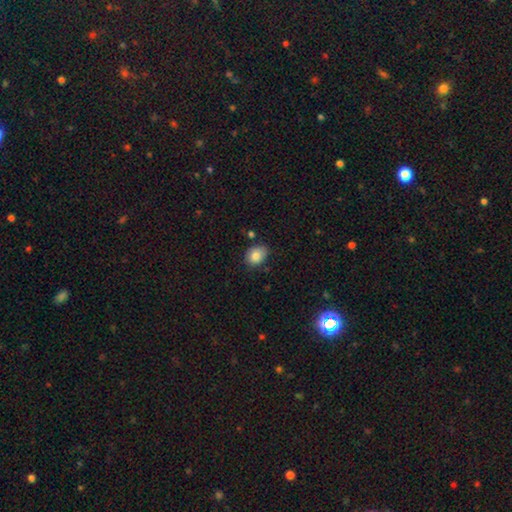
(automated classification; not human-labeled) Q: Smooth or featured?
A: smooth (83%); runner-up: featured or disk (9%)
Q: How rounded?
A: in between (58%); runner-up: round (41%)
Q: Merging?
A: none (73%); runner-up: minor disturbance (20%)